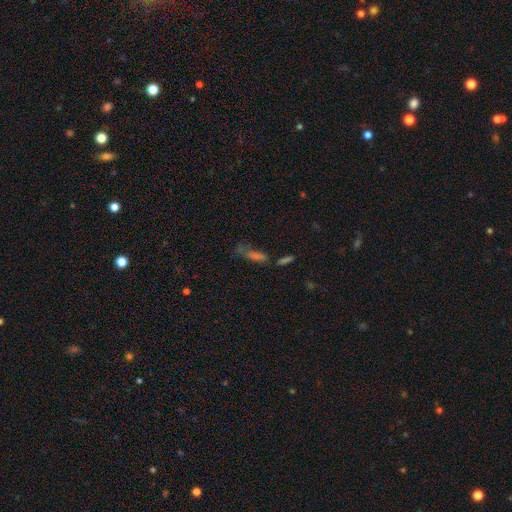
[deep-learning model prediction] A smooth galaxy with no disk features (47%).

Vote fractions:
- Smooth or featured? smooth: 47% / star or artifact: 31% / featured or disk: 22%
- Merging? none: 43% / merger: 21% / major disturbance: 18% / minor disturbance: 18%